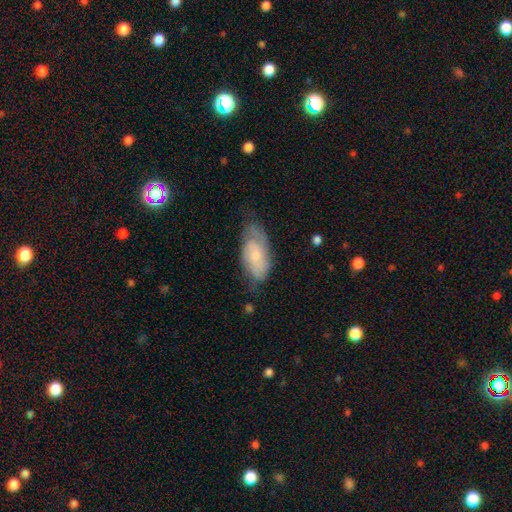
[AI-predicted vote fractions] A featured or disk galaxy (53%). Merging: none (59%).